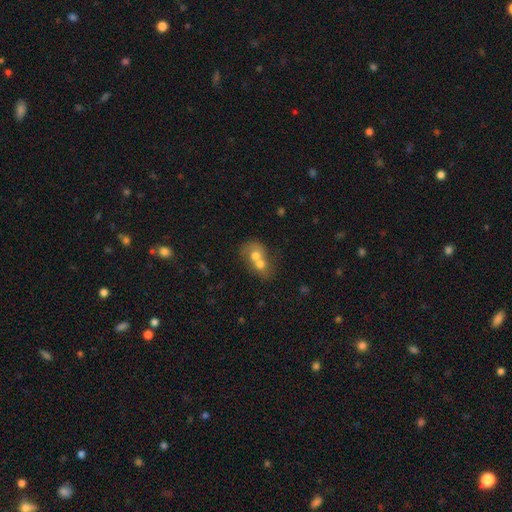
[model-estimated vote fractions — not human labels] smooth_or_featured: smooth (p=0.61) [alt: featured or disk p=0.30]
how_rounded: round (p=0.56) [alt: in between p=0.43]
merging: merger (p=0.79) [alt: none p=0.13]